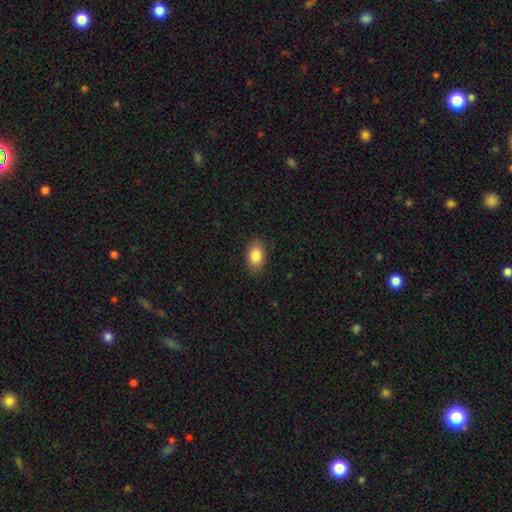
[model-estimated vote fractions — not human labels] This appears to be a smooth galaxy with no disk features (84%) that is in between round and cigar-shaped (86%). Merging: none (86%).